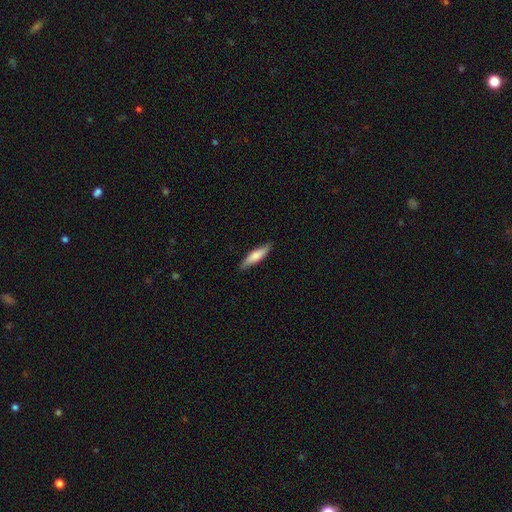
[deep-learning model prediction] Smooth or featured? smooth (68%)
How rounded? cigar-shaped (72%)
Merging? none (83%)